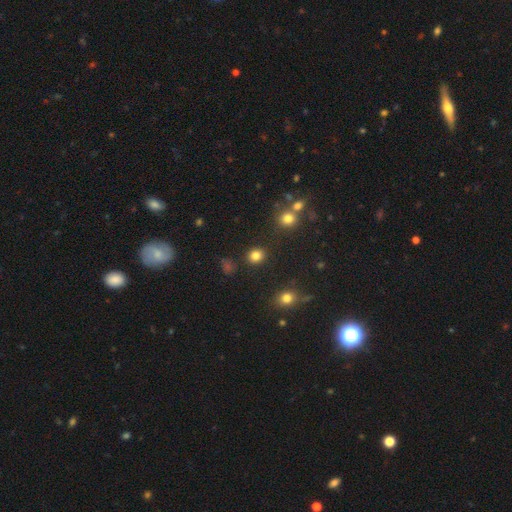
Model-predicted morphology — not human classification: A smooth galaxy with no disk features (83%) that is round (81%).

Vote fractions:
- Smooth or featured? smooth: 83% / star or artifact: 13% / featured or disk: 4%
- How rounded? round: 81% / in between: 18% / cigar-shaped: 1%
- Merging? none: 88% / minor disturbance: 6% / merger: 3% / major disturbance: 2%